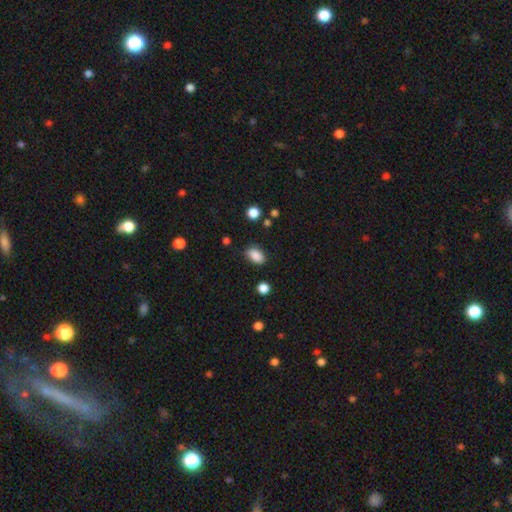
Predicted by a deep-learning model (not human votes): smooth-or-featured: smooth: 87% | star or artifact: 8% | featured or disk: 5%
  how-rounded: in between: 89% | round: 8% | cigar-shaped: 2%
  merging: none: 83% | minor disturbance: 13% | major disturbance: 3% | merger: 2%